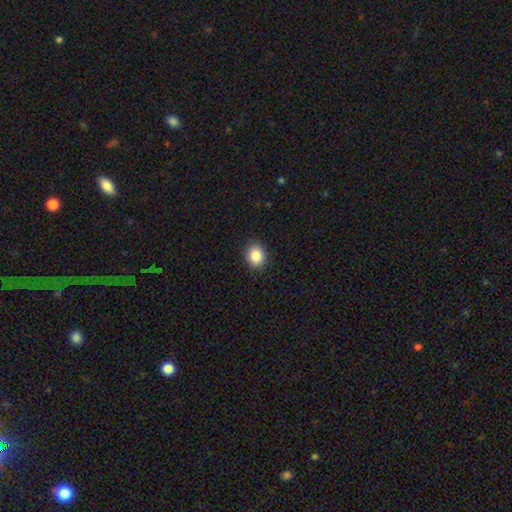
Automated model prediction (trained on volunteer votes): smooth 86%, star or artifact 9%, featured or disk 5%. Down the decision tree: how rounded — round (67%); merging — none (90%).